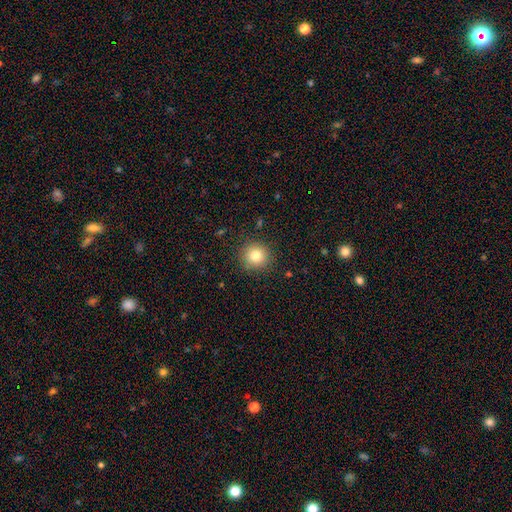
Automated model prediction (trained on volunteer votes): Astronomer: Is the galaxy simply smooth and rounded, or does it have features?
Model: smooth — 81%.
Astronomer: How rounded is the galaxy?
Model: round — 92%.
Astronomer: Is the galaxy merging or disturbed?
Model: none — 89%.